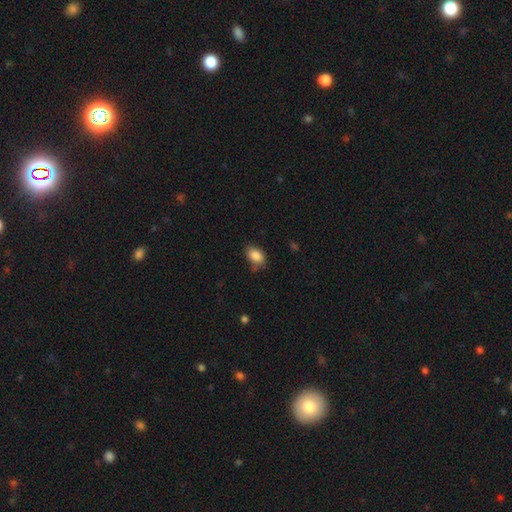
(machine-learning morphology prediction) smooth_or_featured: smooth (p=0.86) [alt: star or artifact p=0.08]
how_rounded: in between (p=0.85) [alt: round p=0.13]
merging: none (p=0.72) [alt: minor disturbance p=0.21]